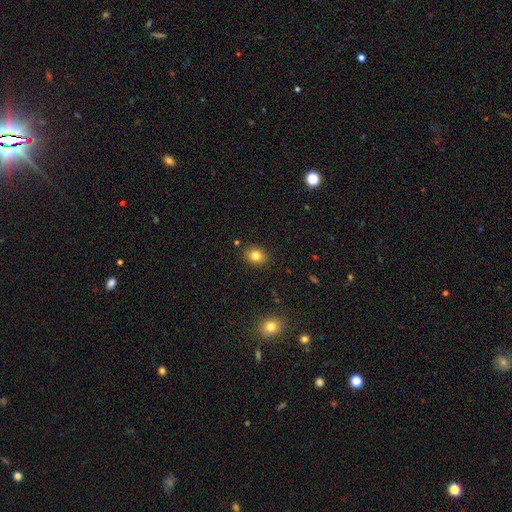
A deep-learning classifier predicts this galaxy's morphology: smooth_or_featured: smooth (p=0.81) [alt: star or artifact p=0.11]
how_rounded: round (p=0.53) [alt: in between p=0.46]
merging: none (p=0.89) [alt: minor disturbance p=0.08]